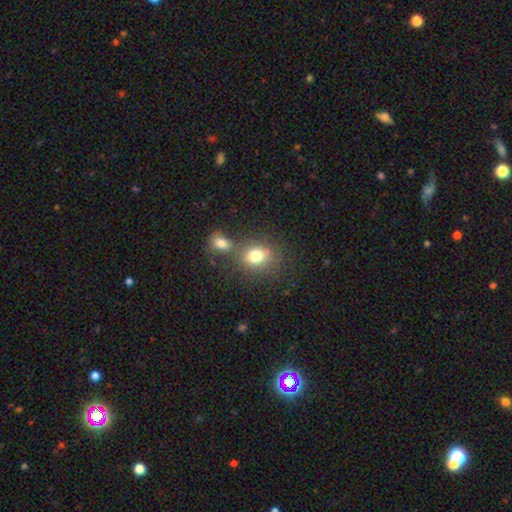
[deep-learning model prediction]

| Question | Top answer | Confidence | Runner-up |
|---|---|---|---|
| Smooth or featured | smooth | 78% | star or artifact (12%) |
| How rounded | in between | 51% | round (48%) |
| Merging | none | 50% | merger (34%) |